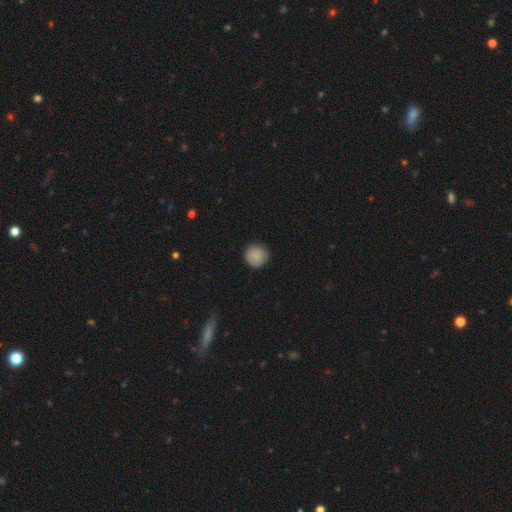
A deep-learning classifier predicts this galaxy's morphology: Q: Smooth or featured?
A: smooth (88%); runner-up: star or artifact (8%)
Q: How rounded?
A: round (95%); runner-up: in between (4%)
Q: Merging?
A: none (88%); runner-up: minor disturbance (9%)